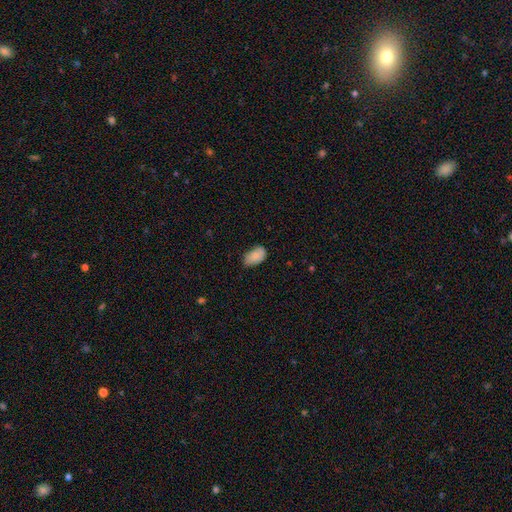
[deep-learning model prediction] Morphology: type=smooth (84%); roundness=in between (93%); merging=none (61%).